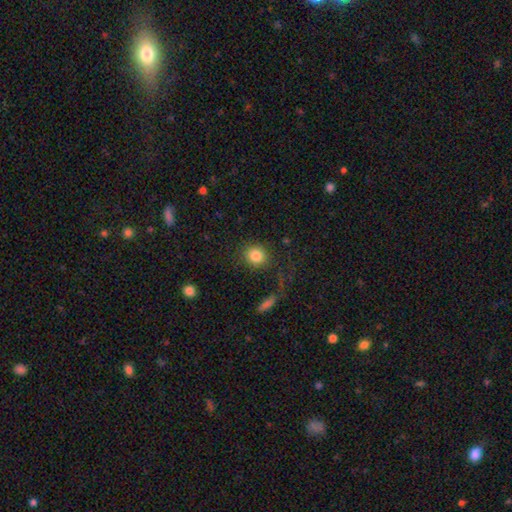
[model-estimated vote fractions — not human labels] Q: Smooth or featured?
A: smooth (85%); runner-up: star or artifact (10%)
Q: How rounded?
A: round (85%); runner-up: in between (13%)
Q: Merging?
A: none (83%); runner-up: minor disturbance (9%)